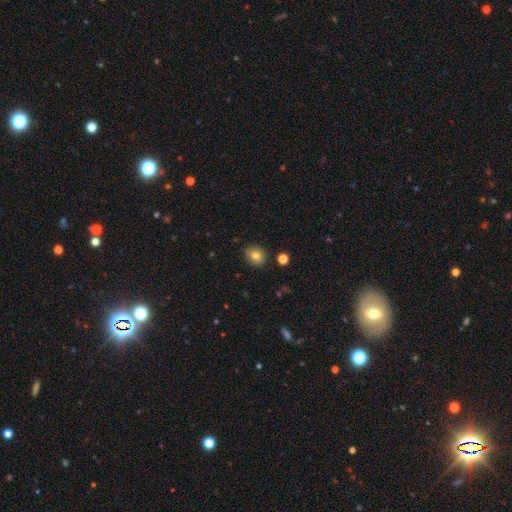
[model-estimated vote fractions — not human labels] smooth-or-featured: smooth: 78% | star or artifact: 11% | featured or disk: 11%
  how-rounded: round: 76% | in between: 23% | cigar-shaped: 1%
  merging: none: 84% | minor disturbance: 12% | major disturbance: 2% | merger: 2%